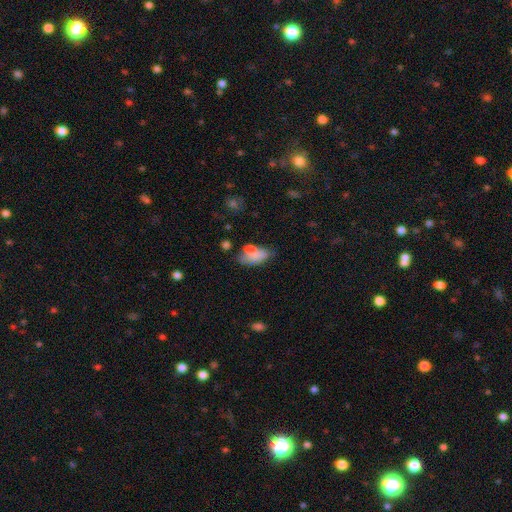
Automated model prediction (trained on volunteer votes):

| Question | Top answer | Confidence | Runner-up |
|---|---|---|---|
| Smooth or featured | smooth | 69% | featured or disk (21%) |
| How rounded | in between | 88% | round (7%) |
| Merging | none | 35% | minor disturbance (26%) |